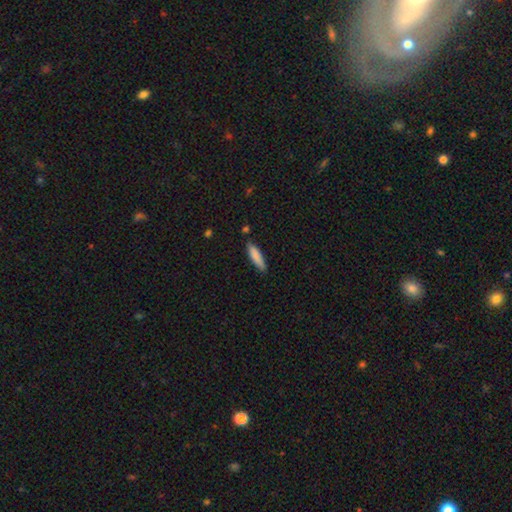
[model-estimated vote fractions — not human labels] smooth 84%, featured or disk 9%, star or artifact 6%. Down the decision tree: how rounded — cigar-shaped (74%); merging — none (80%).